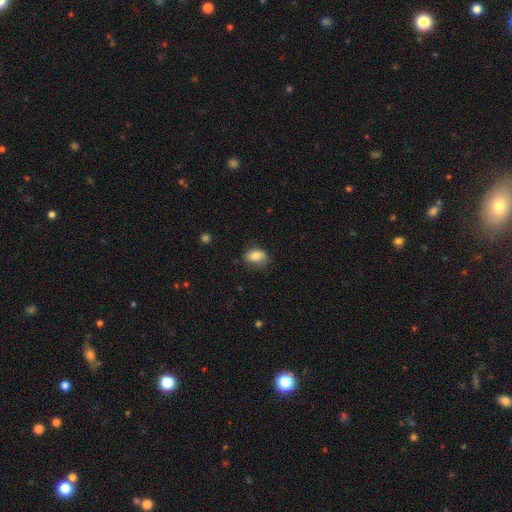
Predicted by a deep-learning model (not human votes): A smooth galaxy with no disk features (84%) that is in between round and cigar-shaped (83%).

Vote fractions:
- Smooth or featured? smooth: 84% / star or artifact: 8% / featured or disk: 8%
- How rounded? in between: 83% / round: 15% / cigar-shaped: 2%
- Merging? none: 70% / minor disturbance: 24% / major disturbance: 5% / merger: 1%